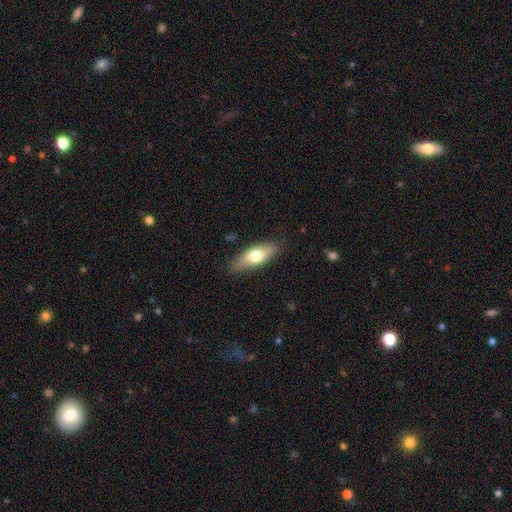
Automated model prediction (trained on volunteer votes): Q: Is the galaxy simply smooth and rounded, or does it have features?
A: smooth — 66%.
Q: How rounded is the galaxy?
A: in between — 65%.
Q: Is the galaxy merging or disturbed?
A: none — 84%.